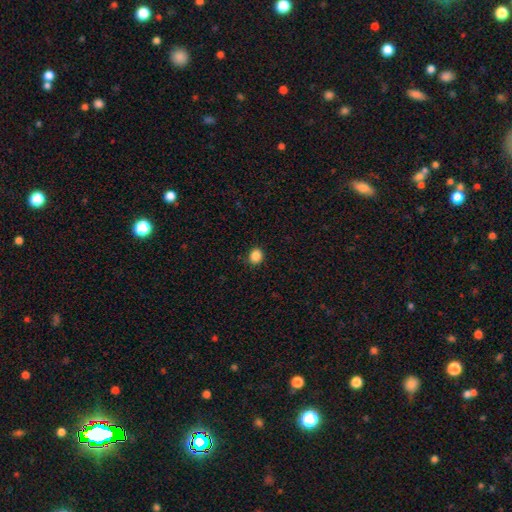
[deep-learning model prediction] Smooth or featured: smooth — 87% (star or artifact — 10%)
How rounded: round — 71% (in between — 28%)
Merging: none — 89% (minor disturbance — 8%)